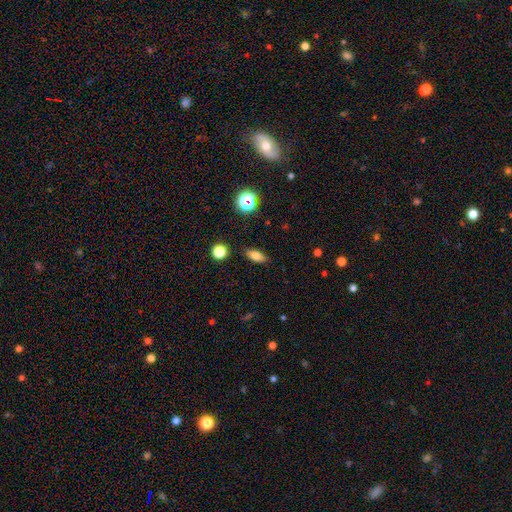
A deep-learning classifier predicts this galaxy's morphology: smooth-or-featured: smooth: 77% | featured or disk: 12% | star or artifact: 12%
  how-rounded: in between: 78% | cigar-shaped: 14% | round: 8%
  merging: none: 86% | minor disturbance: 10% | major disturbance: 2% | merger: 2%